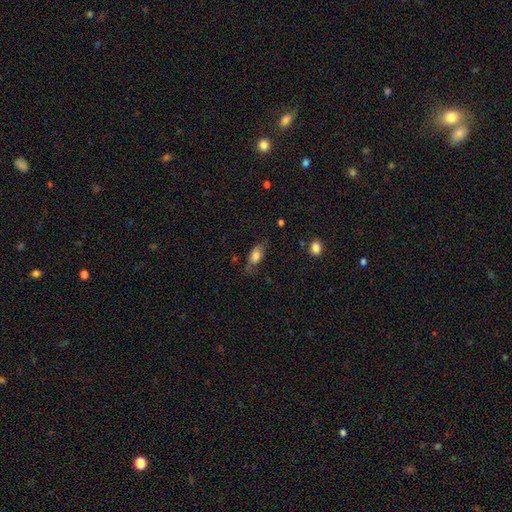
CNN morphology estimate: A smooth galaxy with no disk features (74%) that is in between round and cigar-shaped (84%). Merging: none (63%).